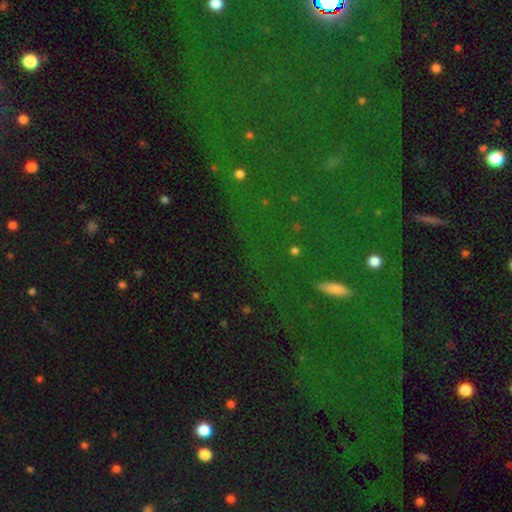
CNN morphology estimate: The model was most divided on "smooth or featured": star or artifact: 77%, smooth: 12%, featured or disk: 11%.